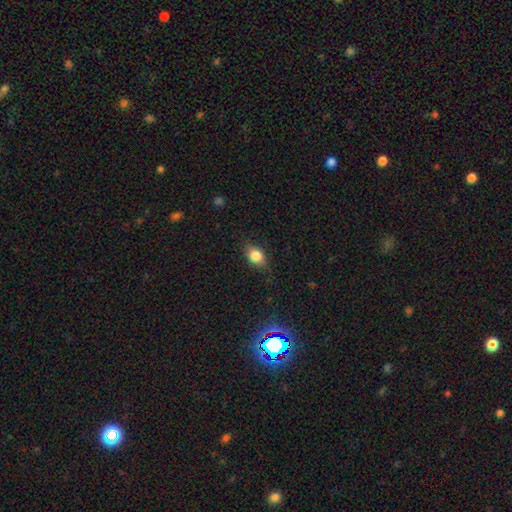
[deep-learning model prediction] A smooth galaxy with no disk features (81%) that is in between round and cigar-shaped (69%).

Vote fractions:
- Smooth or featured? smooth: 81% / star or artifact: 10% / featured or disk: 9%
- How rounded? in between: 69% / round: 29% / cigar-shaped: 2%
- Merging? none: 78% / minor disturbance: 17% / major disturbance: 4% / merger: 1%